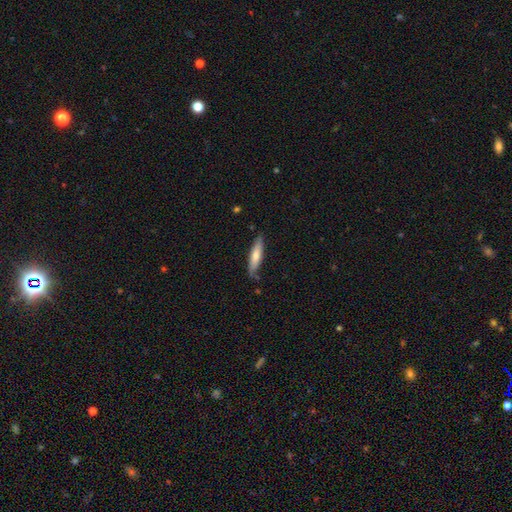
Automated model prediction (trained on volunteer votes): This appears to be a smooth galaxy with no disk features (68%) that is cigar-shaped (80%). Merging: none (79%).